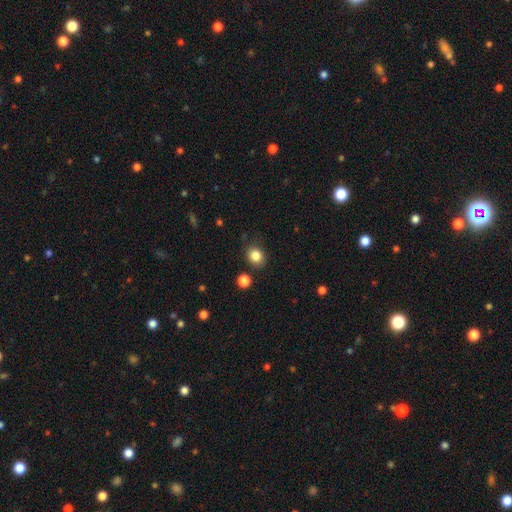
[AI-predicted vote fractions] Smooth or featured? Predicted: smooth (p=0.84). How rounded? Predicted: round (p=0.68). Merging? Predicted: none (p=0.81).